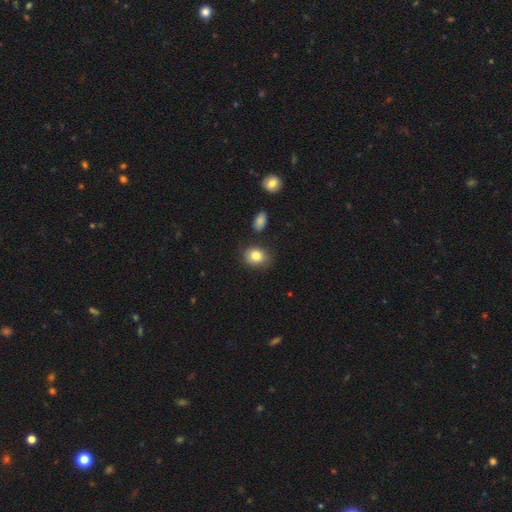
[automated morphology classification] A smooth galaxy with no disk features (82%) that is in between round and cigar-shaped (51%). Merging: none (77%).